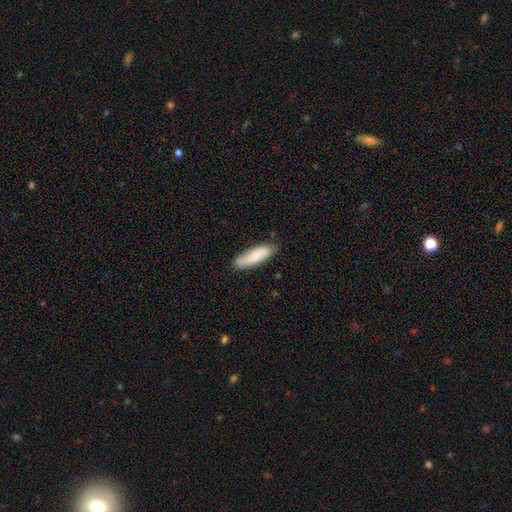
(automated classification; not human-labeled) Overall: smooth (79%). How rounded: cigar-shaped (53%; in between 45%). Merging: none (80%).